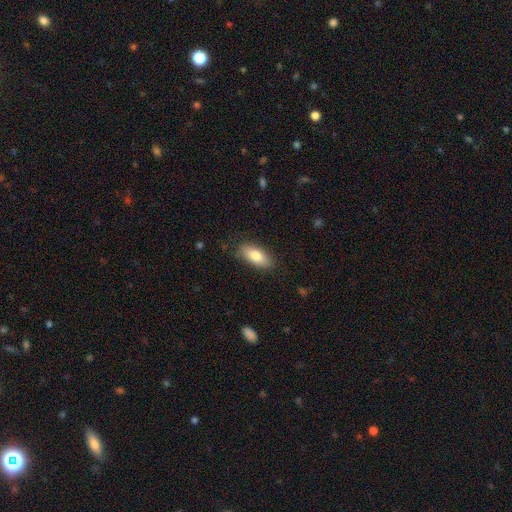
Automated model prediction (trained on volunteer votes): This is clearly a smooth galaxy (81%). How rounded: clearly in between (85%). Merging: clearly none (84%).